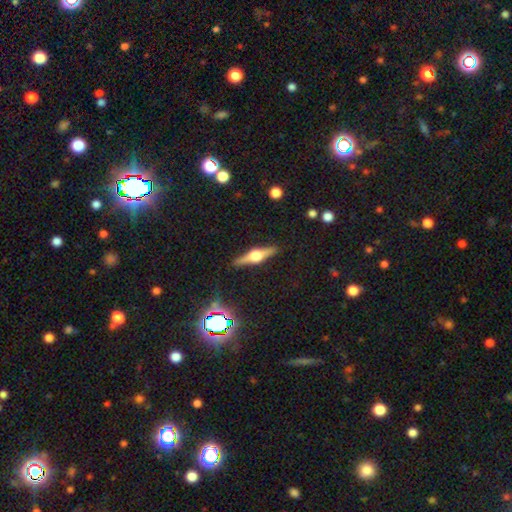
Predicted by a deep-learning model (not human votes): A featured or disk galaxy (75%) viewed edge-on (97%) with a rounded central bulge (94%).

Vote fractions:
- Smooth or featured? featured or disk: 75% / smooth: 17% / star or artifact: 8%
- Edge-on disk? yes: 97% / no: 3%
- Edge-on bulge? rounded: 94% / boxy: 5% / none: 1%
- Merging? none: 90% / minor disturbance: 7% / major disturbance: 2% / merger: 1%